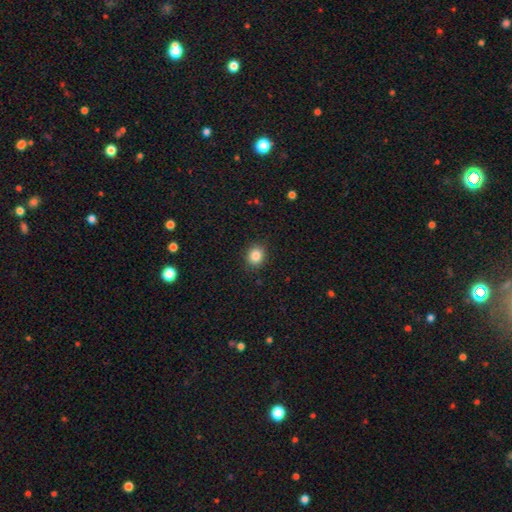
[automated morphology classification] smooth-or-featured: smooth: 85% | star or artifact: 10% | featured or disk: 4%
  how-rounded: round: 73% | in between: 27% | cigar-shaped: 1%
  merging: none: 89% | minor disturbance: 7% | major disturbance: 2% | merger: 1%